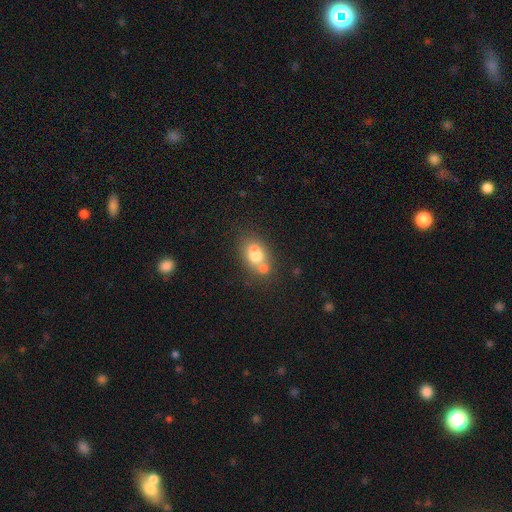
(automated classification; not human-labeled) Morphology: type=smooth (66%); roundness=in between (53%); merging=merger (52%).